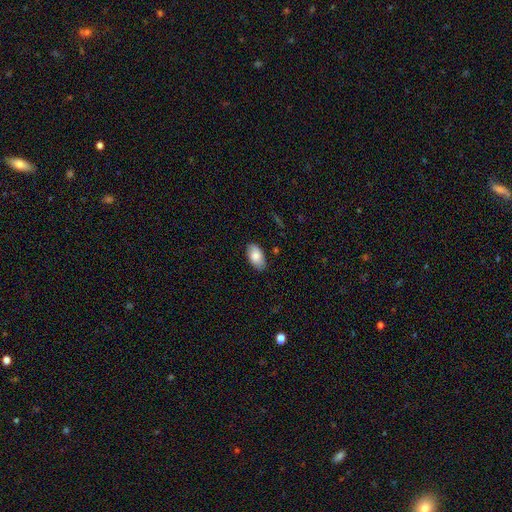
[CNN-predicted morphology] Smooth or featured: smooth — 83% (featured or disk — 11%)
How rounded: in between — 95% (round — 4%)
Merging: none — 83% (minor disturbance — 13%)